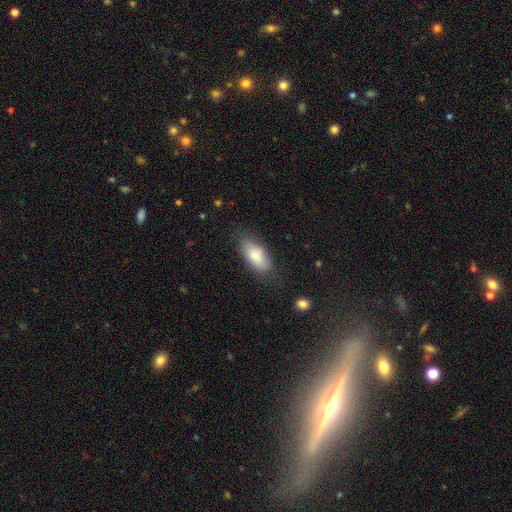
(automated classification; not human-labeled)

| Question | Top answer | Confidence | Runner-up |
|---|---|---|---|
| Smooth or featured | smooth | 80% | featured or disk (14%) |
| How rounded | in between | 89% | cigar-shaped (8%) |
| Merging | none | 76% | minor disturbance (18%) |